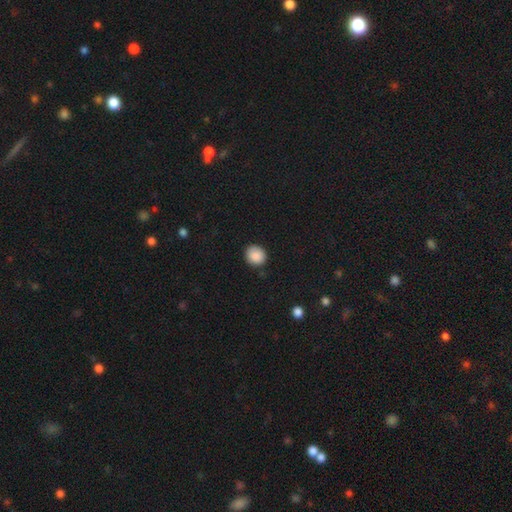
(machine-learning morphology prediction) Overall: smooth (88%). How rounded: round (82%). Merging: none (87%).